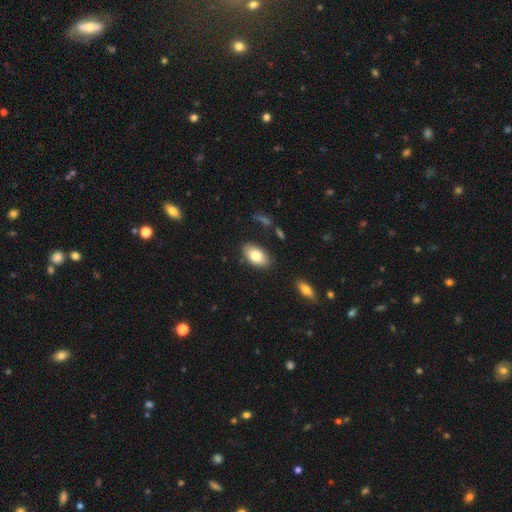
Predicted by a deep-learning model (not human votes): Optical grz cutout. It shows a smooth galaxy with no disk features (80%) that is in between round and cigar-shaped (93%). Merging: none (85%).